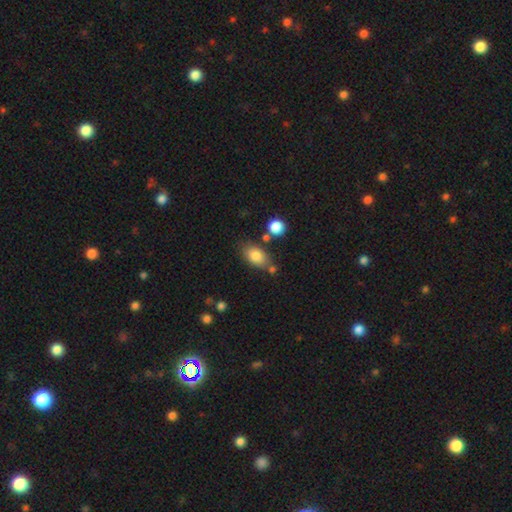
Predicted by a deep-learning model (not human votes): smooth 82%, featured or disk 9%, star or artifact 8%. Down the decision tree: how rounded — in between (86%); merging — none (67%).